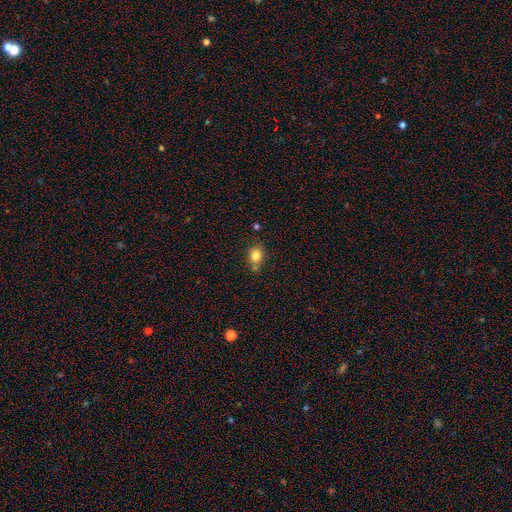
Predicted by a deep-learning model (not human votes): Smooth or featured?
  - smooth: 81% *
  - star or artifact: 10%
  - featured or disk: 8%
How rounded?
  - in between: 51% *
  - round: 47%
  - cigar-shaped: 1%
Merging?
  - none: 64% *
  - minor disturbance: 18%
  - merger: 14%
  - major disturbance: 4%